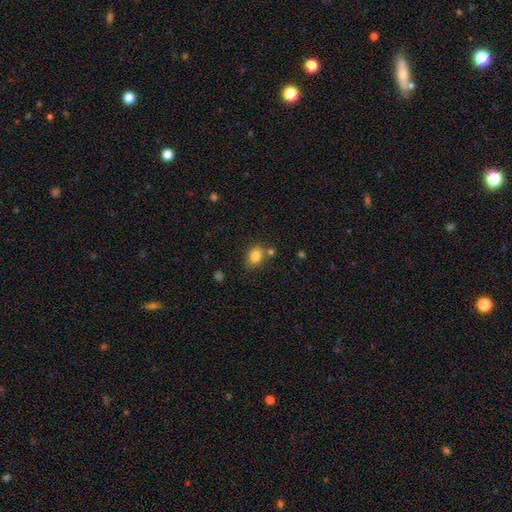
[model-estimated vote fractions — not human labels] Morphology: type=smooth (83%); roundness=in between (56%); merging=none (71%).